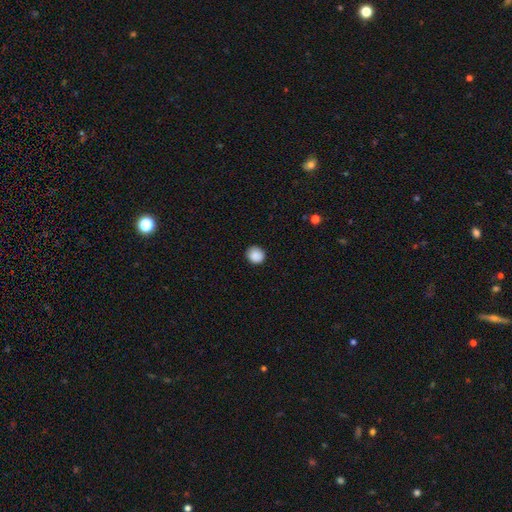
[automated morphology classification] Q: Smooth or featured?
A: smooth (89%); runner-up: star or artifact (8%)
Q: How rounded?
A: round (88%); runner-up: in between (11%)
Q: Merging?
A: none (90%); runner-up: minor disturbance (7%)